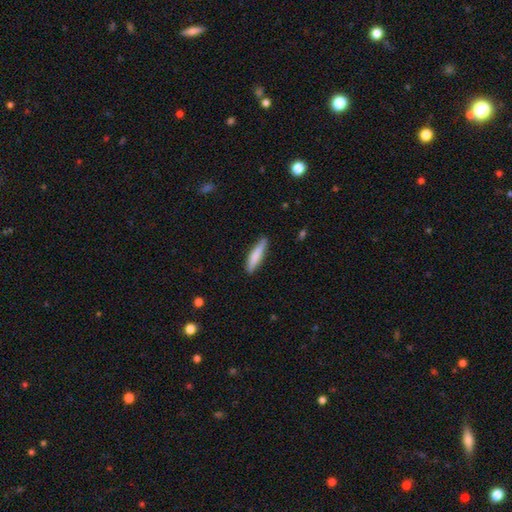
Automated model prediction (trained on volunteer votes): smooth-or-featured: smooth: 78% | featured or disk: 17% | star or artifact: 6%
  how-rounded: cigar-shaped: 84% | in between: 15% | round: 1%
  merging: none: 83% | minor disturbance: 13% | major disturbance: 2% | merger: 1%